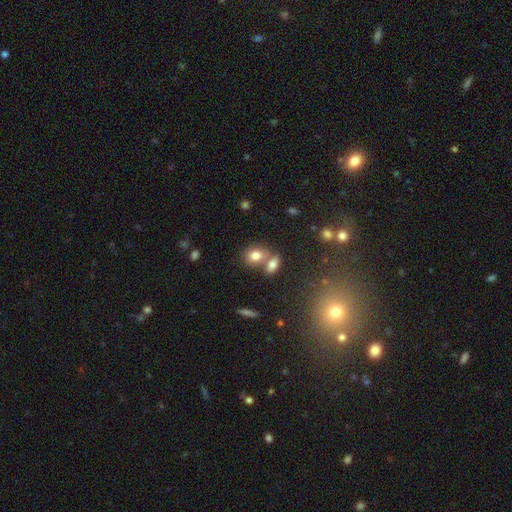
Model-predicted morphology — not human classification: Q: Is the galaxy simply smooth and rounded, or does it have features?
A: smooth — 78%.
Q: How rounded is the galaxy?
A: in between — 60%.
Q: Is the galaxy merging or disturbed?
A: none — 44%.